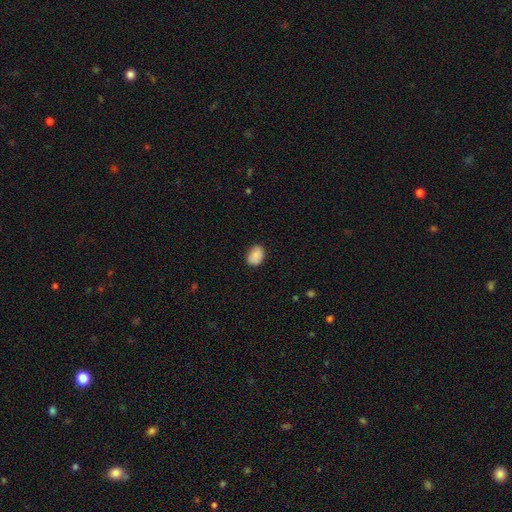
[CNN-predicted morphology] This is clearly a smooth galaxy (89%). How rounded: clearly in between (81%). Merging: clearly none (82%).